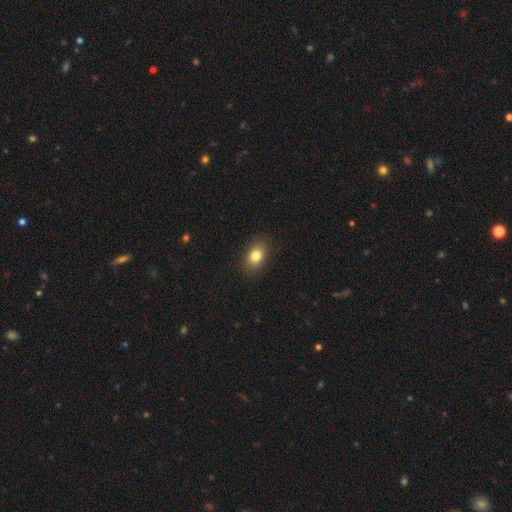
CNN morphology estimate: This is clearly a smooth galaxy (81%). How rounded: clearly in between (81%). Merging: clearly none (88%).